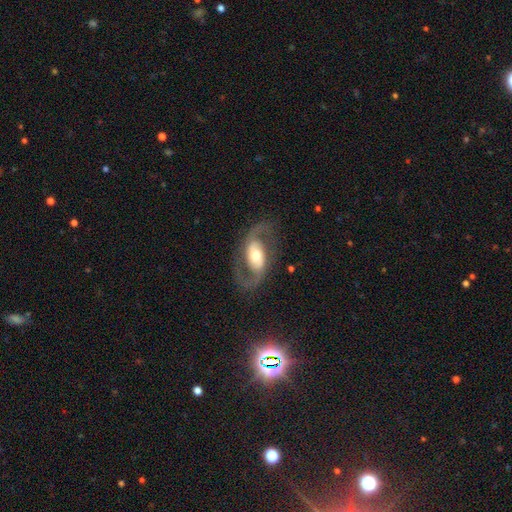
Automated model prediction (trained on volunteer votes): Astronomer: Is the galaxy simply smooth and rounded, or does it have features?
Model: featured or disk — 87%.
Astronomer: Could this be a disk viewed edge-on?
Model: no — 97%.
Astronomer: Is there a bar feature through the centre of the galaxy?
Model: weak — 36% (runner-up: no, 34%).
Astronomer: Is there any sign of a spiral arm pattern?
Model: yes — 94%.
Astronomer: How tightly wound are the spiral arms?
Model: medium — 46% (runner-up: loose, 44%).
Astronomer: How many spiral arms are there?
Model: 2 — 93%.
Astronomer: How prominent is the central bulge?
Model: moderate — 64%.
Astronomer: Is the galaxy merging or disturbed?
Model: none — 78%.